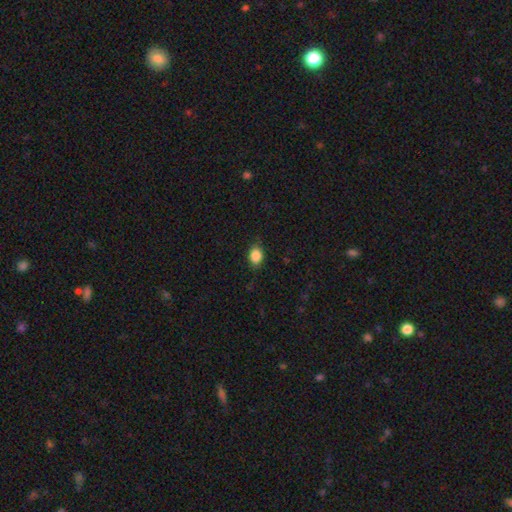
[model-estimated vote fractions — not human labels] Smooth or featured?
  - smooth: 86% *
  - star or artifact: 9%
  - featured or disk: 5%
How rounded?
  - in between: 65% *
  - round: 33%
  - cigar-shaped: 2%
Merging?
  - none: 80% *
  - minor disturbance: 15%
  - major disturbance: 3%
  - merger: 1%